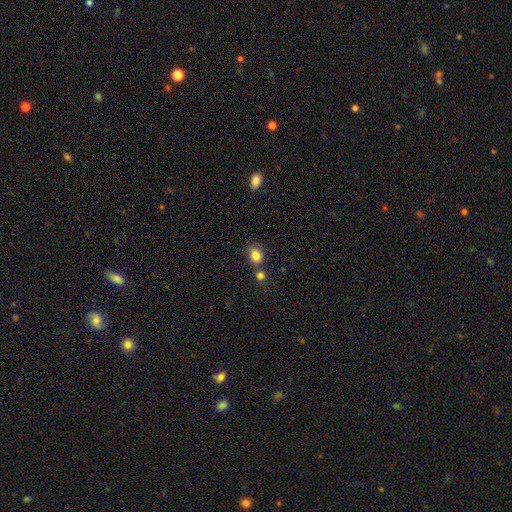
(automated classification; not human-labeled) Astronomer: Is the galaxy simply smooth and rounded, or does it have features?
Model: smooth — 84%.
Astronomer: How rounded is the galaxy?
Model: round — 50% (runner-up: in between, 49%).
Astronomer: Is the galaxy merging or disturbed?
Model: none — 58%.